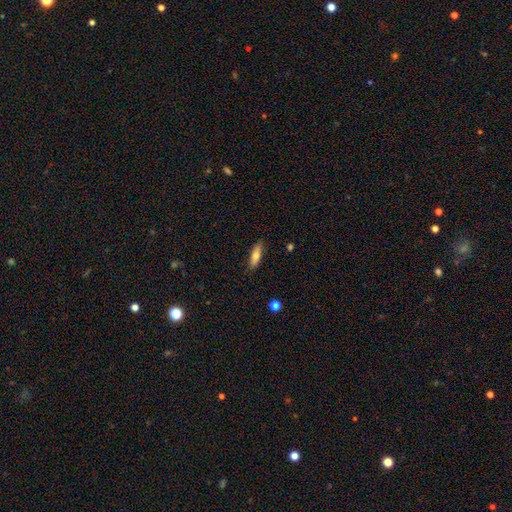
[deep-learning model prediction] smooth_or_featured: smooth (p=0.71) [alt: featured or disk p=0.22]
how_rounded: cigar-shaped (p=0.56) [alt: in between p=0.42]
merging: none (p=0.87) [alt: minor disturbance p=0.10]